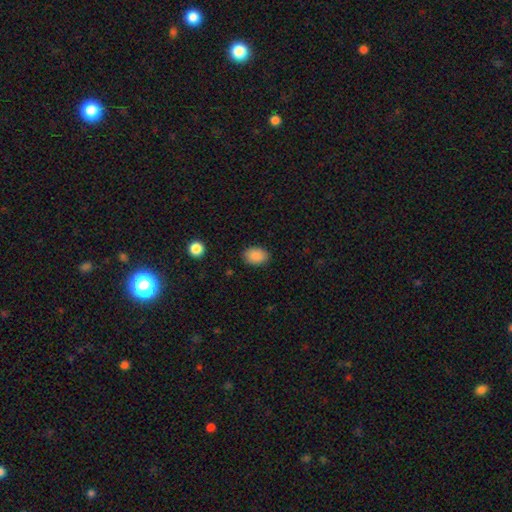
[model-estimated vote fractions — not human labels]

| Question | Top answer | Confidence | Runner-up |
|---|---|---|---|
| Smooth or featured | smooth | 89% | star or artifact (8%) |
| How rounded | in between | 78% | round (21%) |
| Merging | none | 87% | minor disturbance (10%) |